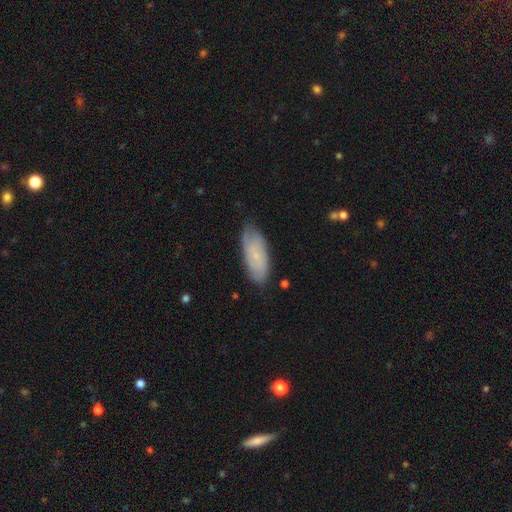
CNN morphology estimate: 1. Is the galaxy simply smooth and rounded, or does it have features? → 50% featured or disk, 42% smooth, 7% star or artifact.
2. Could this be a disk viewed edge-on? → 88% no, 12% yes.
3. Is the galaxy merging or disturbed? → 72% none, 22% minor disturbance, 5% major disturbance, 1% merger.